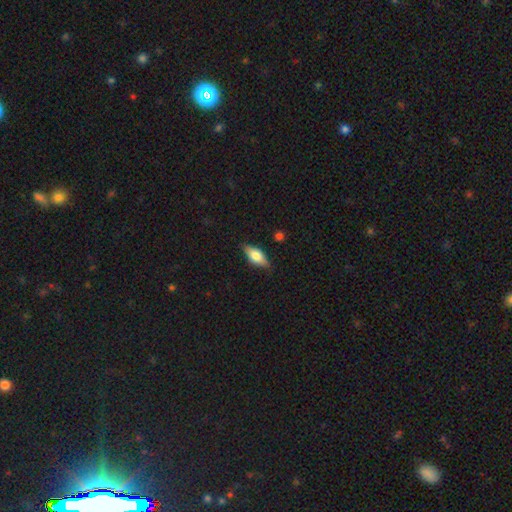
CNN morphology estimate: This is likely a smooth galaxy (65%). How rounded: likely in between (78%). Merging: clearly none (82%).